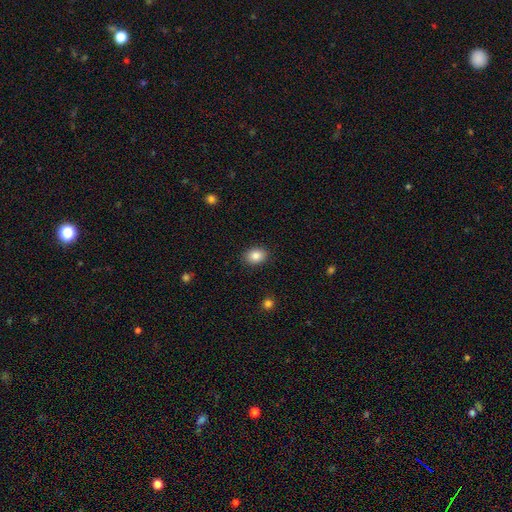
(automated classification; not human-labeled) Smooth or featured? Predicted: smooth (p=0.86). How rounded? Predicted: in between (p=0.68). Merging? Predicted: none (p=0.89).